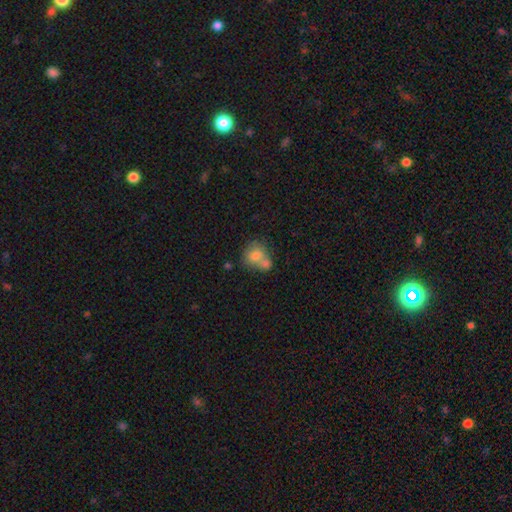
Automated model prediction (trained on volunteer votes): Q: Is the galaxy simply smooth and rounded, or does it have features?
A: smooth — 71%.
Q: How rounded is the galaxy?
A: round — 57%.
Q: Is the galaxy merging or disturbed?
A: merger — 54%.